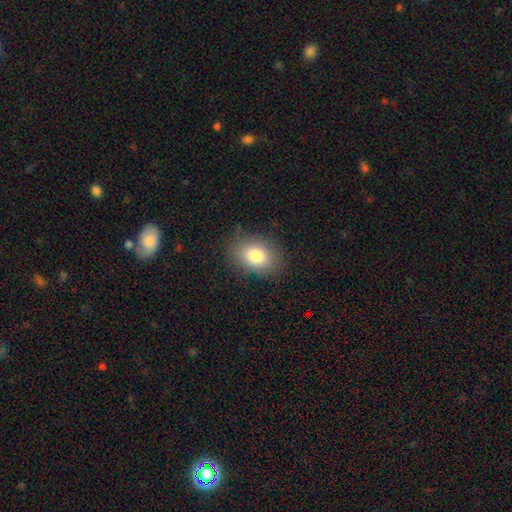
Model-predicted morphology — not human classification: A smooth galaxy with no disk features (82%) that is in between round and cigar-shaped (72%).

Vote fractions:
- Smooth or featured? smooth: 82% / star or artifact: 9% / featured or disk: 9%
- How rounded? in between: 72% / round: 27% / cigar-shaped: 1%
- Merging? none: 81% / minor disturbance: 14% / major disturbance: 4% / merger: 1%